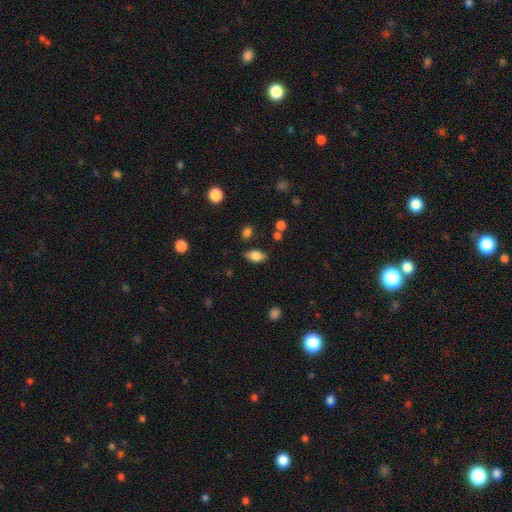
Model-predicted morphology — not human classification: Smooth or featured: smooth — 79% (featured or disk — 12%)
How rounded: in between — 89% (round — 7%)
Merging: none — 78% (minor disturbance — 15%)